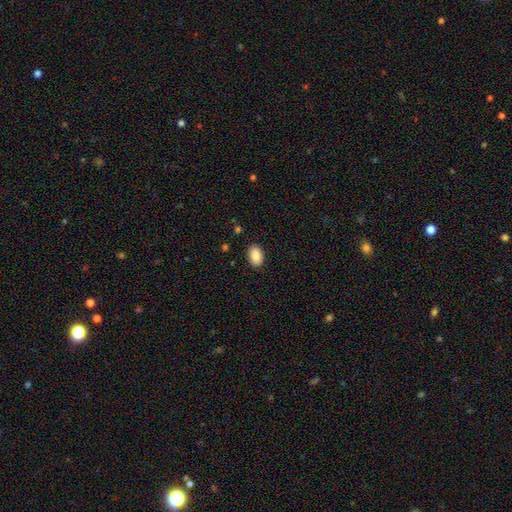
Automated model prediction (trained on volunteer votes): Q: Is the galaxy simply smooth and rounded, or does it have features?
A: smooth — 88%.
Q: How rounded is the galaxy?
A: in between — 89%.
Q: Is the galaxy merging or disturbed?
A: none — 89%.